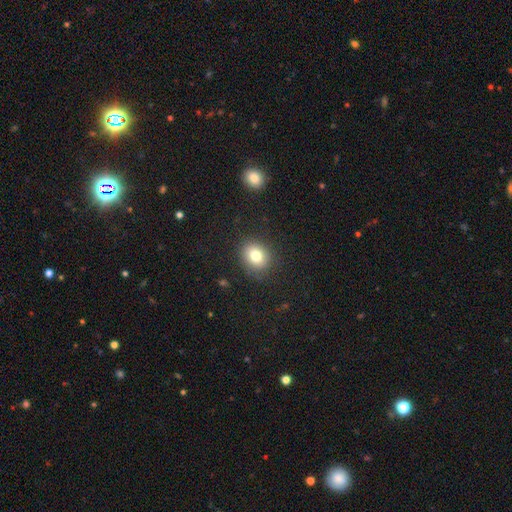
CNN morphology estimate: Smooth or featured? smooth (79%)
How rounded? round (60%)
Merging? none (86%)